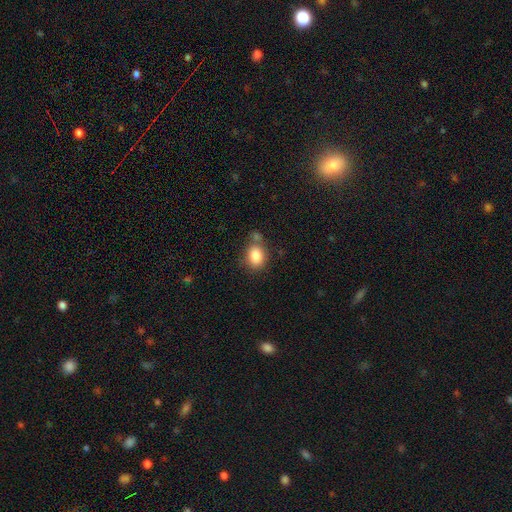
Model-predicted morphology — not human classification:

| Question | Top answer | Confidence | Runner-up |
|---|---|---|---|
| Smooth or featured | smooth | 85% | star or artifact (9%) |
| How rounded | in between | 59% | round (40%) |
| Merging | none | 62% | merger (17%) |